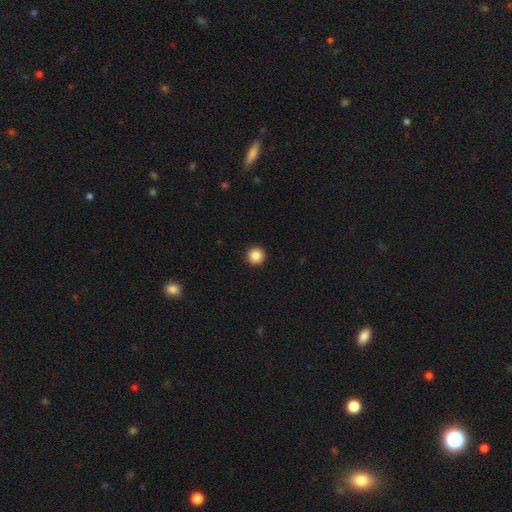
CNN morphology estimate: The model was most divided on "smooth or featured": smooth: 87%, star or artifact: 10%, featured or disk: 3%. More confident: how rounded — round (96%); merging — none (94%).